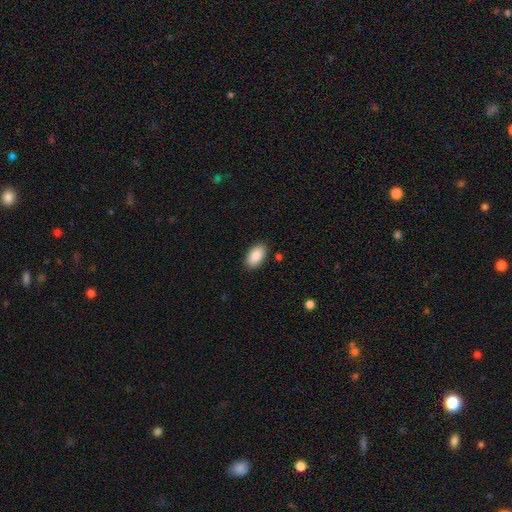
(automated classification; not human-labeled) smooth 90%, star or artifact 6%, featured or disk 4%. Down the decision tree: how rounded — in between (95%); merging — none (88%).